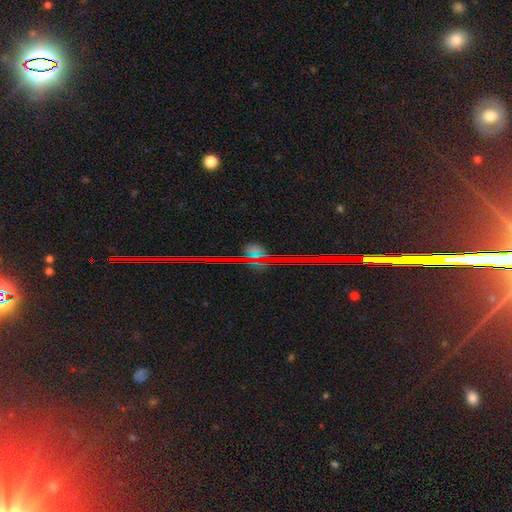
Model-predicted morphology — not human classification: star or artifact 66%, smooth 21%, featured or disk 13%.